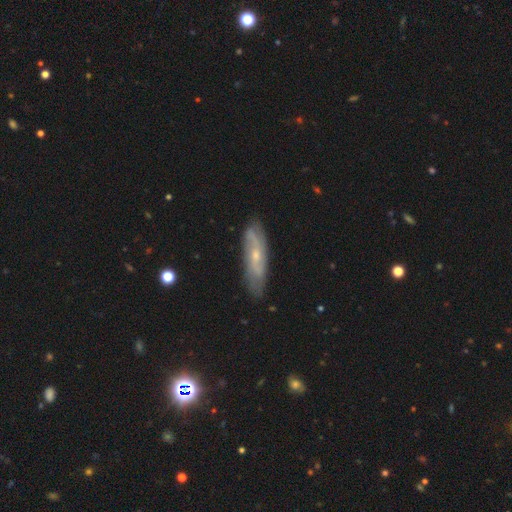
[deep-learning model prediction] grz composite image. It shows a featured or disk galaxy (67%). Merging: none (78%).